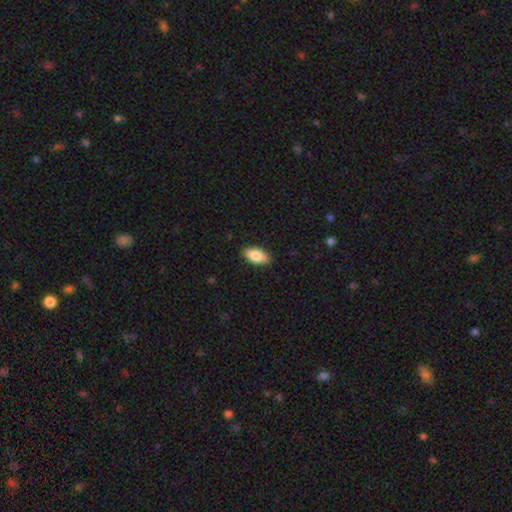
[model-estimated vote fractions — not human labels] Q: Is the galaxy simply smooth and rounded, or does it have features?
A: smooth — 84%.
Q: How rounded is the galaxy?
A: in between — 92%.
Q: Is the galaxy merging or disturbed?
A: none — 89%.